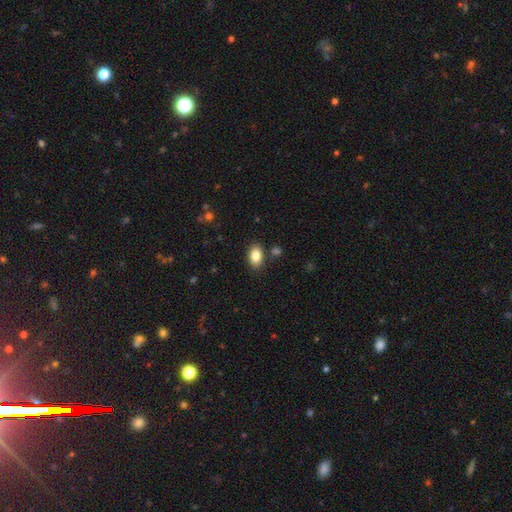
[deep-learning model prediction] Q: Smooth or featured?
A: smooth (85%); runner-up: star or artifact (8%)
Q: How rounded?
A: in between (88%); runner-up: round (11%)
Q: Merging?
A: none (83%); runner-up: minor disturbance (10%)